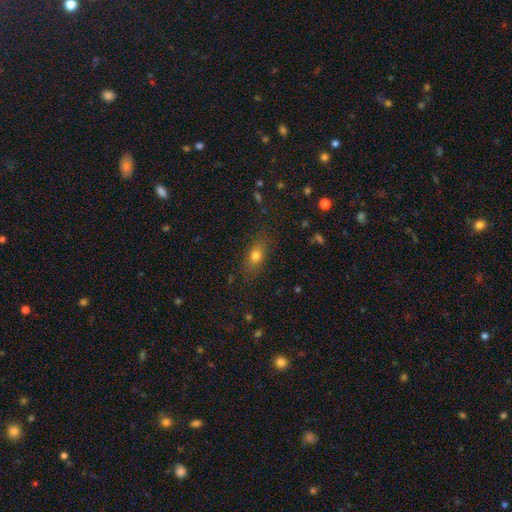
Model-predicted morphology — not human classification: Smooth or featured?
  - smooth: 73% *
  - featured or disk: 14%
  - star or artifact: 12%
How rounded?
  - in between: 69% *
  - round: 16%
  - cigar-shaped: 15%
Merging?
  - none: 80% *
  - minor disturbance: 14%
  - major disturbance: 5%
  - merger: 1%